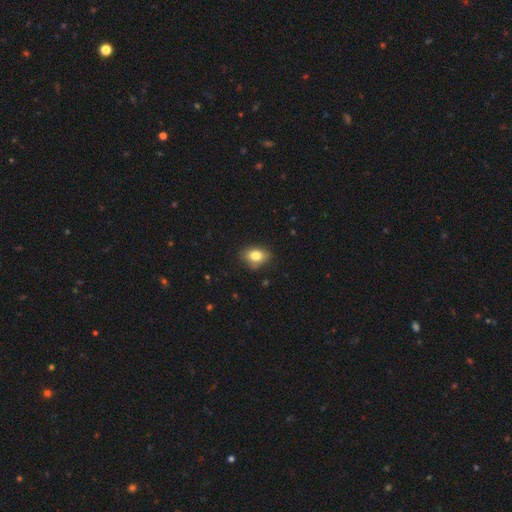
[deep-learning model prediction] Overall: smooth (81%). How rounded: in between (72%). Merging: none (74%).